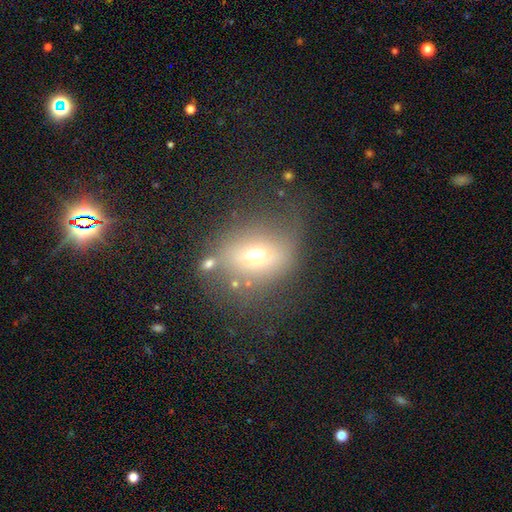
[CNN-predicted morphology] type=smooth (50%); roundness=round (48%, tied with in between); merging=none (55%).